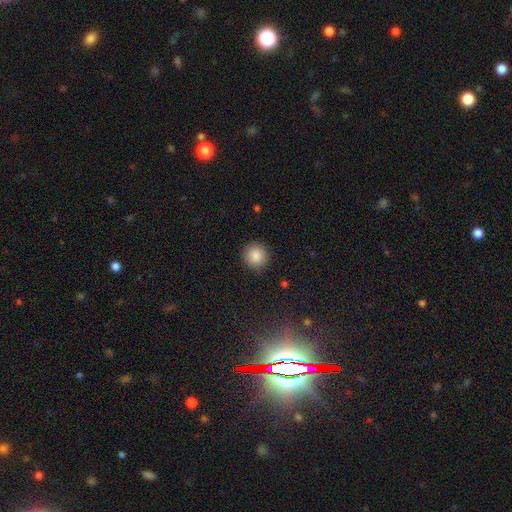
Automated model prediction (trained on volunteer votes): This appears to be a smooth galaxy with no disk features (86%) that is round (94%). Merging: none (91%).